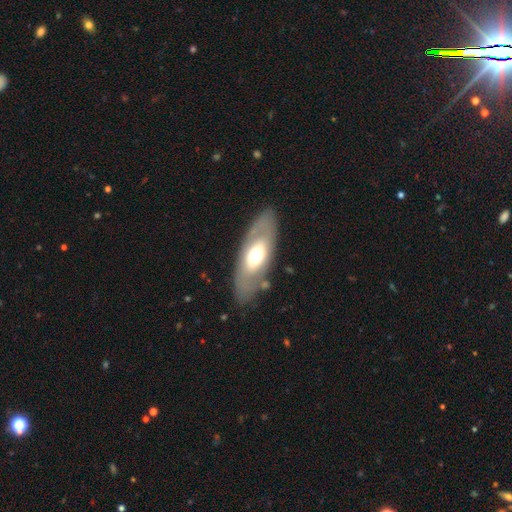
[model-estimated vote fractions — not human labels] smooth-or-featured: featured or disk: 51% | smooth: 43% | star or artifact: 6%
  disk-edge-on: no: 77% | yes: 23%
  merging: none: 80% | minor disturbance: 13% | major disturbance: 5% | merger: 2%